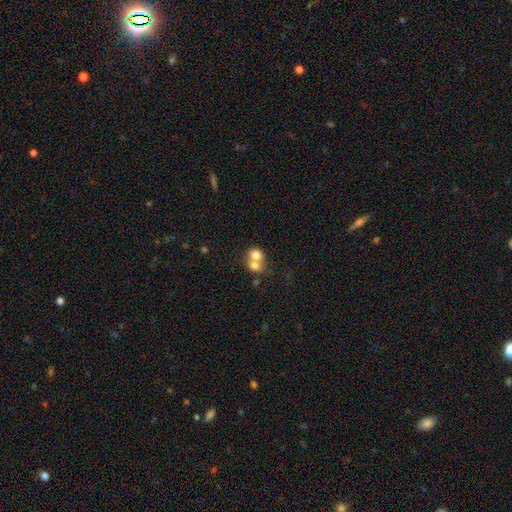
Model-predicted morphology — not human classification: This is likely a smooth galaxy (73%). How rounded: likely round (72%). Merging: likely merger (68%).